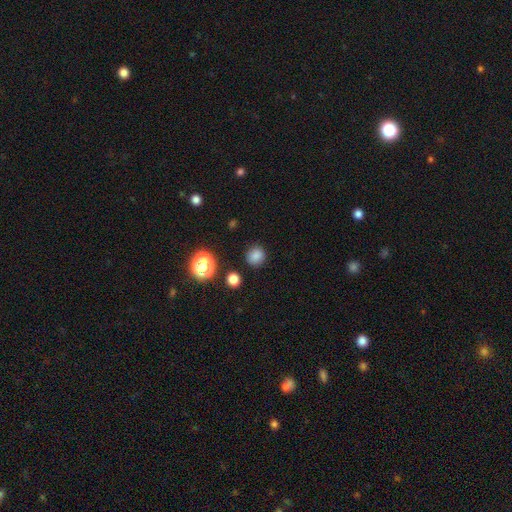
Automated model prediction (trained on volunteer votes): This appears to be a smooth galaxy with no disk features (80%) that is round (88%). Merging: none (87%).